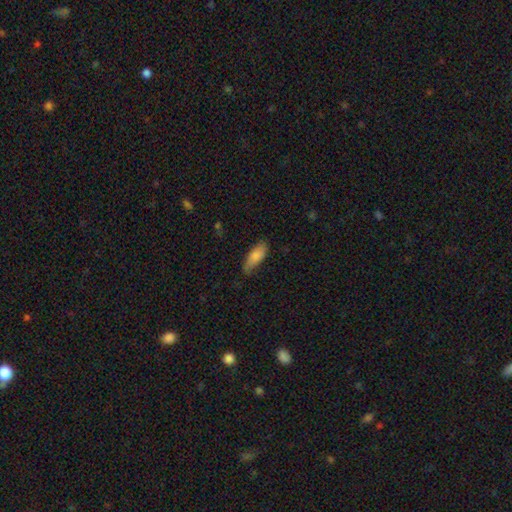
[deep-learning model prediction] Smooth or featured: smooth — 81% (featured or disk — 13%)
How rounded: in between — 77% (cigar-shaped — 22%)
Merging: none — 64% (minor disturbance — 28%)